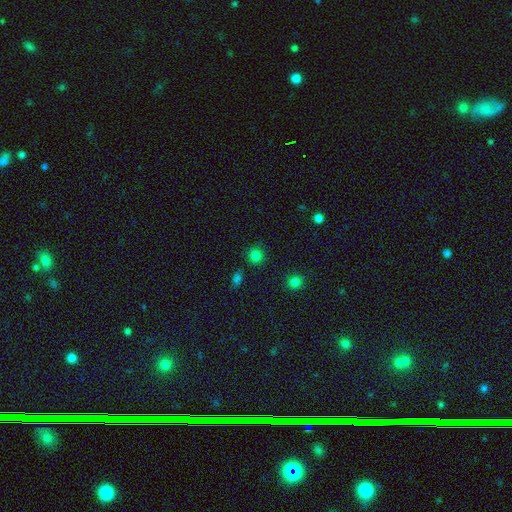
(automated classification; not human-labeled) Smooth or featured?
  - smooth: 80% *
  - star or artifact: 15%
  - featured or disk: 4%
How rounded?
  - round: 91% *
  - in between: 8%
  - cigar-shaped: 1%
Merging?
  - none: 84% *
  - minor disturbance: 9%
  - merger: 4%
  - major disturbance: 3%